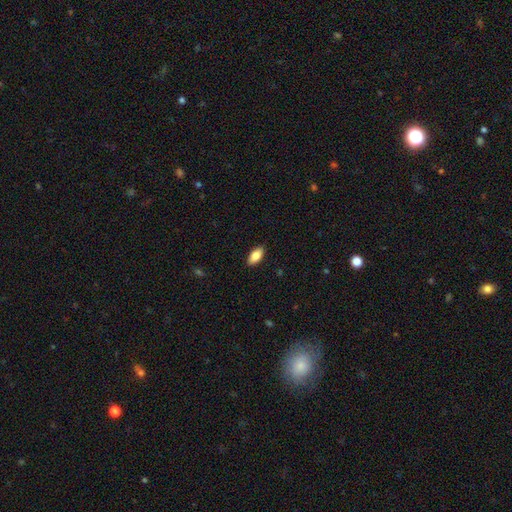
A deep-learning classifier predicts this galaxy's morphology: This is clearly a smooth galaxy (85%). How rounded: clearly in between (91%). Merging: clearly none (89%).